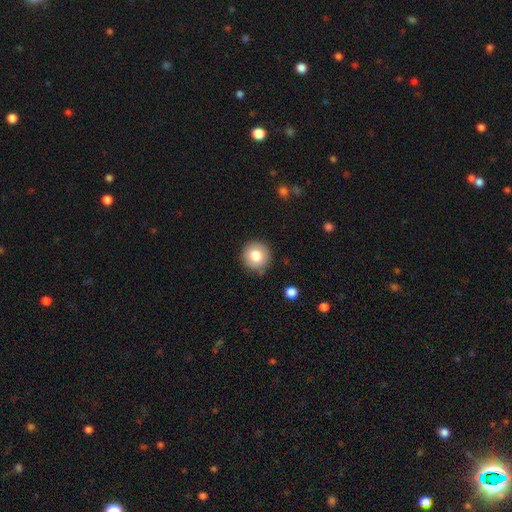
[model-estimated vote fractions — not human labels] smooth 80%, featured or disk 10%, star or artifact 10%. Down the decision tree: how rounded — round (92%); merging — none (86%).